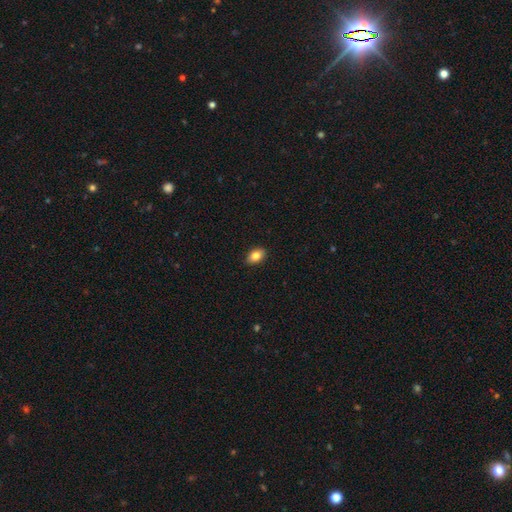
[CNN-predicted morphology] Smooth or featured? Predicted: smooth (p=0.84). How rounded? Predicted: in between (p=0.87). Merging? Predicted: none (p=0.90).